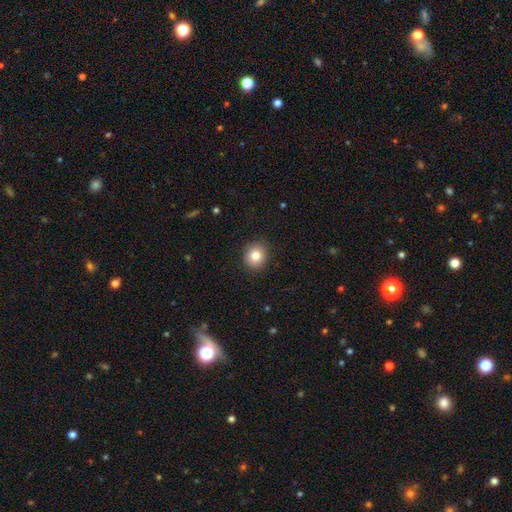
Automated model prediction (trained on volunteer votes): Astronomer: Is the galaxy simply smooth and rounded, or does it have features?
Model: smooth — 82%.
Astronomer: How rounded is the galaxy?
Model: round — 85%.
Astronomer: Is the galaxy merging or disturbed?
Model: none — 90%.